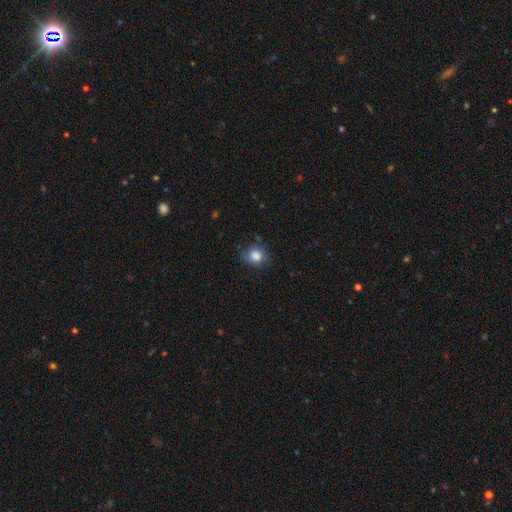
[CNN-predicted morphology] Smooth or featured: smooth — 84% (star or artifact — 9%)
How rounded: round — 71% (in between — 28%)
Merging: none — 72% (minor disturbance — 21%)